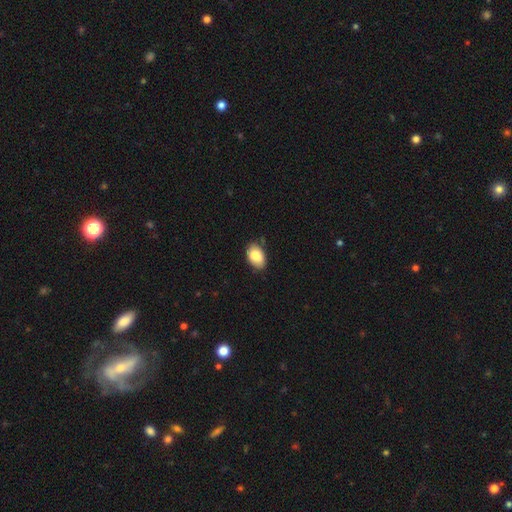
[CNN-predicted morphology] Smooth or featured? Predicted: smooth (p=0.87). How rounded? Predicted: in between (p=0.91). Merging? Predicted: none (p=0.76).